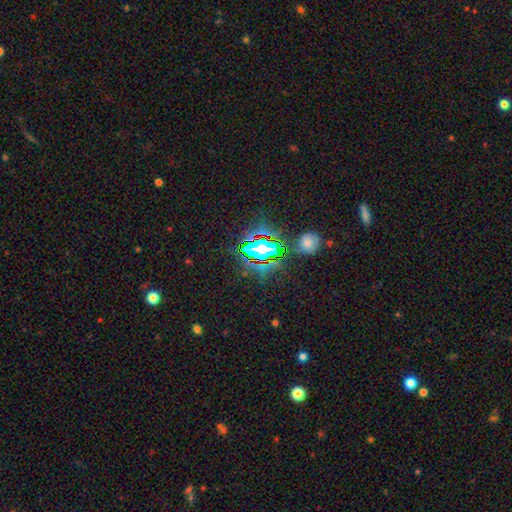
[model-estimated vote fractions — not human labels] Smooth or featured?
  - star or artifact: 72% *
  - smooth: 16%
  - featured or disk: 12%